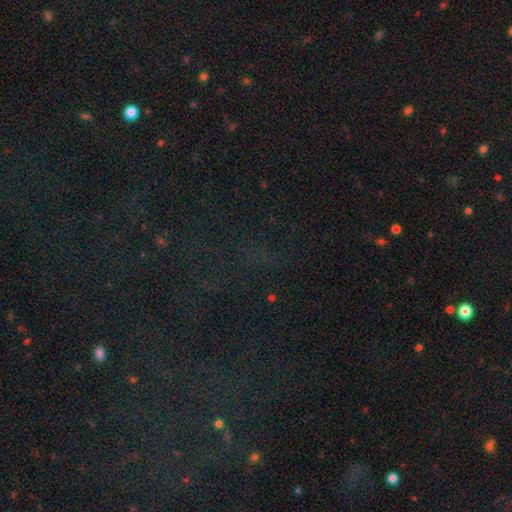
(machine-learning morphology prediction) This is likely a star or artifact rather than a galaxy (78%).